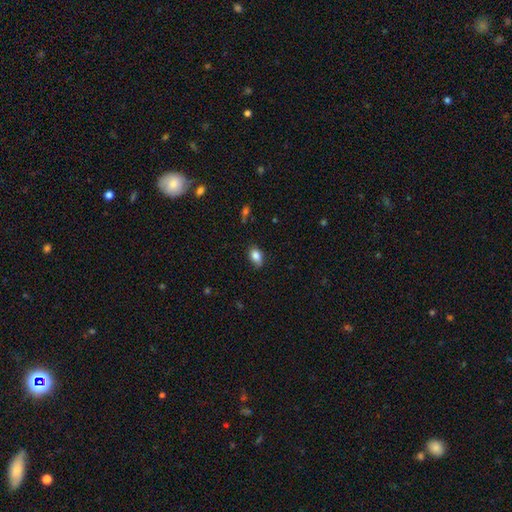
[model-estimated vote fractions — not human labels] This is clearly a smooth galaxy (85%). How rounded: clearly in between (85%). Merging: likely none (79%).